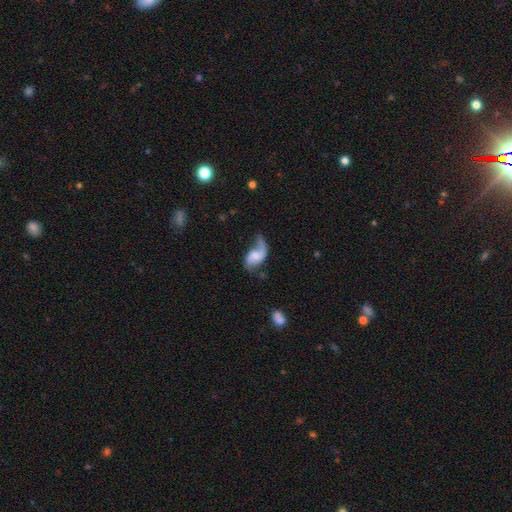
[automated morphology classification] Smooth or featured? Predicted: featured or disk (p=0.69). Edge-on disk? Predicted: no (p=0.97). Bar? Predicted: no (p=0.52). Spiral arms? Predicted: yes (p=0.91). Spiral winding? Predicted: loose (p=0.73). Spiral arm count? Predicted: 2 (p=0.60). Bulge size? Predicted: none (p=0.33). Merging? Predicted: none (p=0.37).